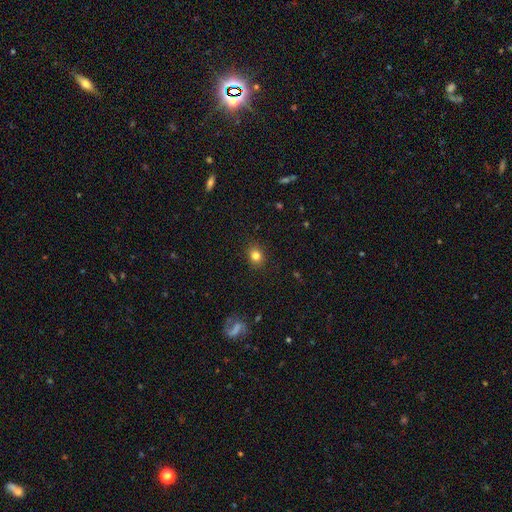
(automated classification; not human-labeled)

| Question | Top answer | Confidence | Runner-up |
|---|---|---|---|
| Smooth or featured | smooth | 82% | star or artifact (12%) |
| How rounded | round | 63% | in between (36%) |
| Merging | none | 88% | minor disturbance (9%) |